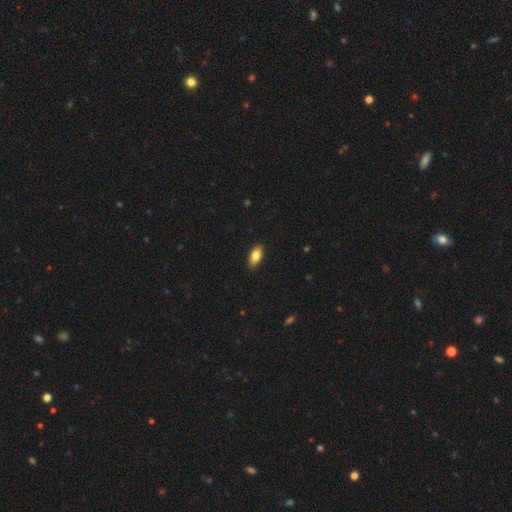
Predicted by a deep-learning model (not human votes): A smooth galaxy with no disk features (78%) that is in between round and cigar-shaped (85%). Merging: none (89%).